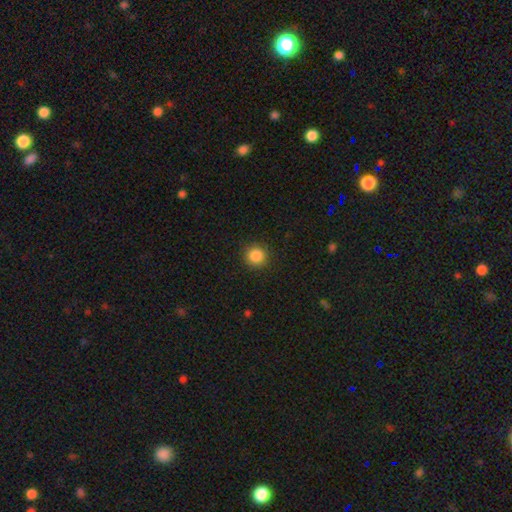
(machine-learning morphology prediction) Smooth or featured?
  - smooth: 86% *
  - star or artifact: 10%
  - featured or disk: 4%
How rounded?
  - round: 94% *
  - in between: 5%
  - cigar-shaped: 1%
Merging?
  - none: 91% *
  - minor disturbance: 6%
  - major disturbance: 2%
  - merger: 1%